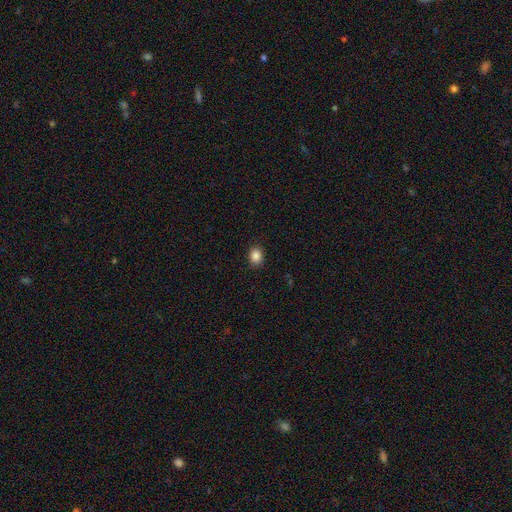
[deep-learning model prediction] smooth 86%, star or artifact 10%, featured or disk 4%. Down the decision tree: how rounded — in between (50%); merging — none (89%).